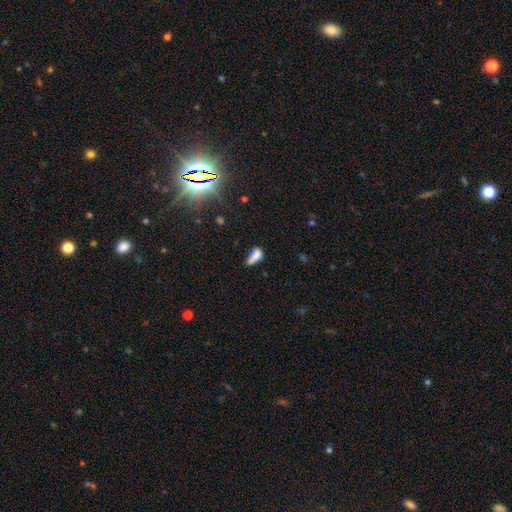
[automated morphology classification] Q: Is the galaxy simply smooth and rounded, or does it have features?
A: smooth — 74%.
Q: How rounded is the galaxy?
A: in between — 69%.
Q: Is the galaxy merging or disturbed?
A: none — 32%.